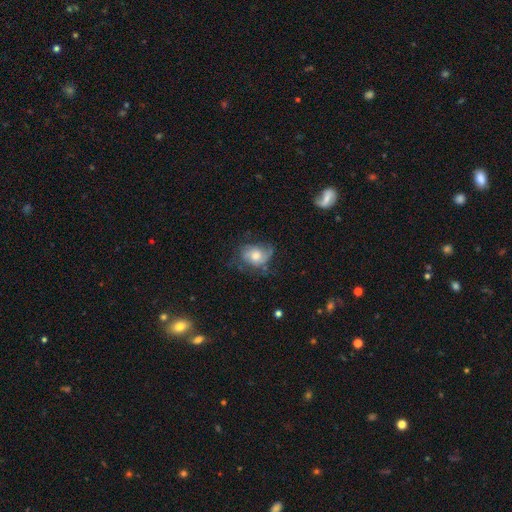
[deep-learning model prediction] Overall: featured or disk (58%; smooth 33%). Edge-on disk: no (96%). Bar: no (76%). Spiral arms: yes (81%). Bulge size: moderate (64%). Merging: none (52%; minor disturbance 27%).